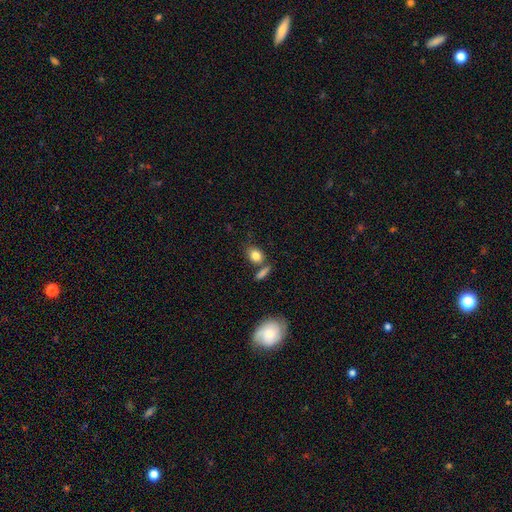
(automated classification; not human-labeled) Overall: smooth (84%). How rounded: in between (63%; round 34%). Merging: none (64%).